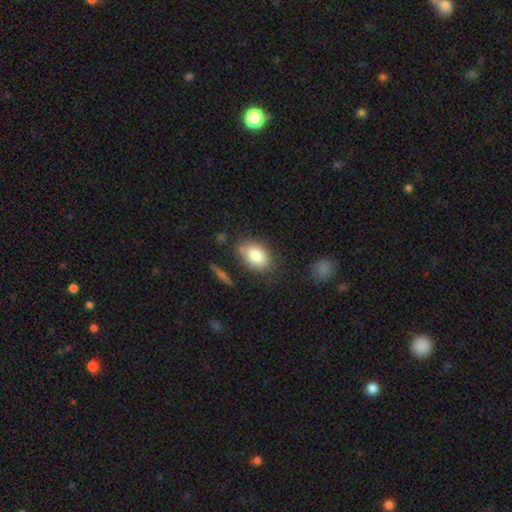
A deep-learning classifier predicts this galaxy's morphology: The model was most divided on "merging": none: 74%, minor disturbance: 17%, major disturbance: 5%, merger: 5%. More confident: how rounded — in between (83%); smooth or featured — smooth (82%).